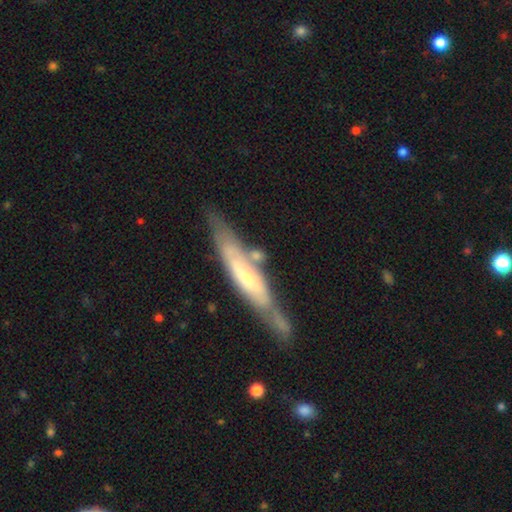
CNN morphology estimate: featured or disk 51%, smooth 42%, star or artifact 7%. Down the decision tree: edge-on disk — yes (62%); merging — none (53%).